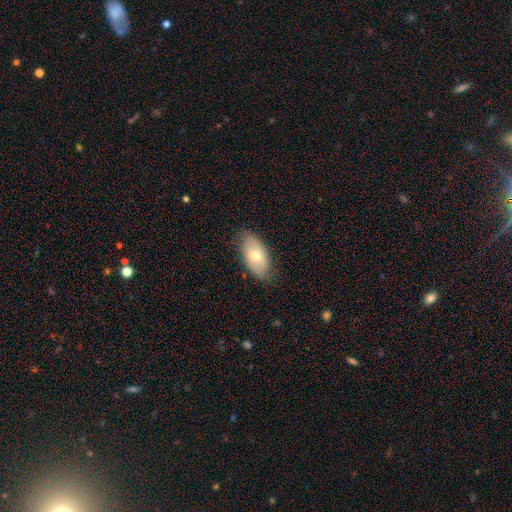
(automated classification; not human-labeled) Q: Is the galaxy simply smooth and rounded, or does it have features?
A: smooth — 67%.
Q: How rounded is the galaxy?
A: in between — 94%.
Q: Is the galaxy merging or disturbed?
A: none — 81%.